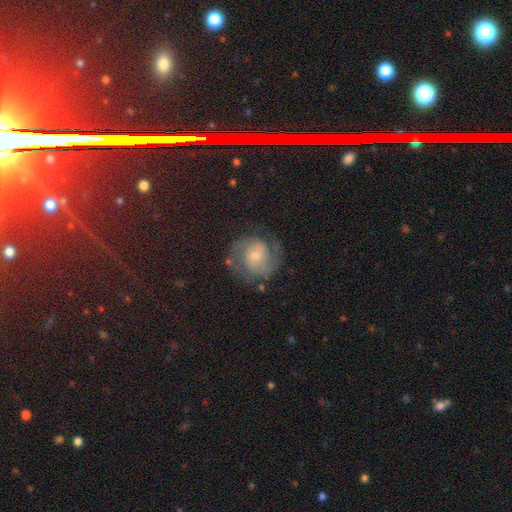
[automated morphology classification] Q: Smooth or featured?
A: featured or disk (77%); runner-up: smooth (15%)
Q: Edge-on disk?
A: no (98%); runner-up: yes (2%)
Q: Bar?
A: no (55%); runner-up: weak (39%)
Q: Spiral arms?
A: yes (94%); runner-up: no (6%)
Q: Spiral winding?
A: medium (46%); runner-up: tight (40%)
Q: Spiral arm count?
A: 2 (80%); runner-up: can't tell (9%)
Q: Bulge size?
A: small (46%); runner-up: moderate (41%)
Q: Merging?
A: none (71%); runner-up: minor disturbance (17%)